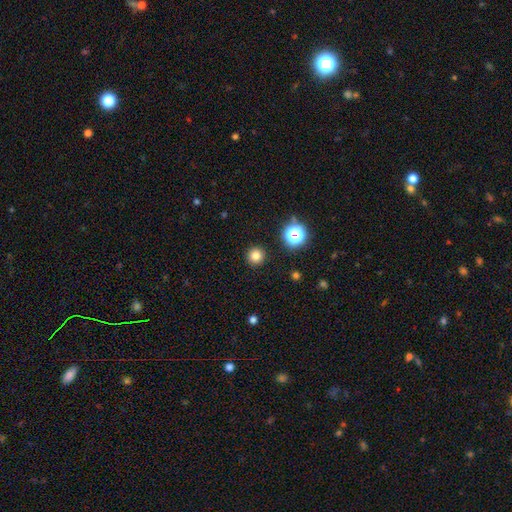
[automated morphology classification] Smooth or featured?
  - smooth: 81% *
  - star or artifact: 15%
  - featured or disk: 5%
How rounded?
  - round: 96% *
  - in between: 3%
  - cigar-shaped: 1%
Merging?
  - none: 92% *
  - minor disturbance: 5%
  - major disturbance: 2%
  - merger: 1%